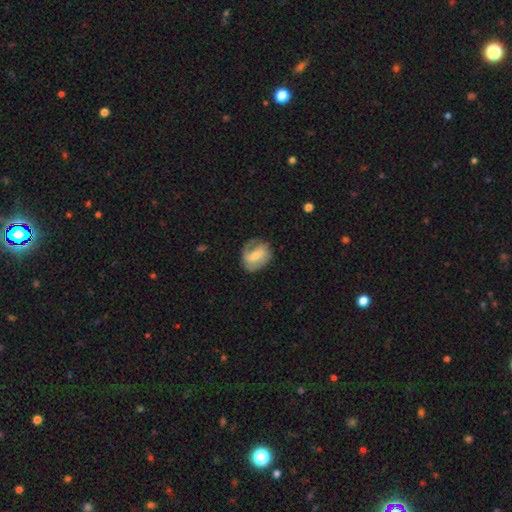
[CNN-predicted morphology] A featured or disk galaxy (64%) with a weak bar (46%), 2 (62%) medium (43%) spiral arms (85%) and a small central bulge (46%). Merging: none (67%).